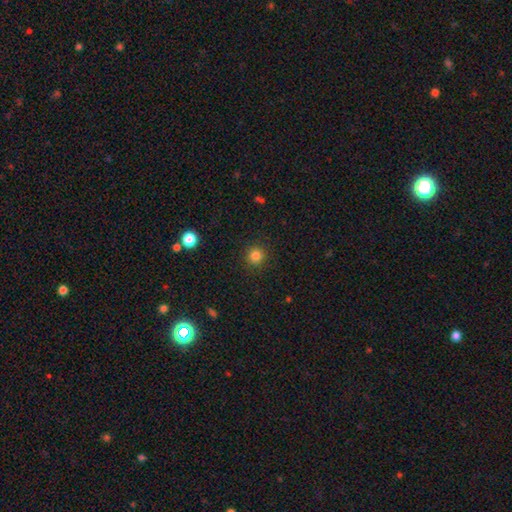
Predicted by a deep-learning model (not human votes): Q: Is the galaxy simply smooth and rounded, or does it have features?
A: smooth — 83%.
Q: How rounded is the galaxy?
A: round — 95%.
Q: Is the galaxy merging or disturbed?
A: none — 92%.